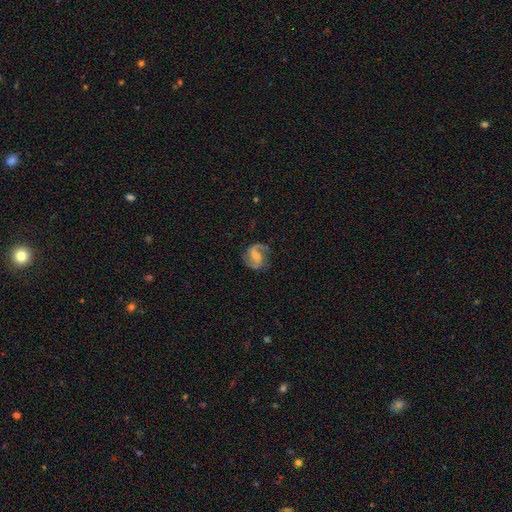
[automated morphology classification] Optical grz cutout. It shows a featured or disk galaxy (85%) with a weak bar (49%), 2 (91%) medium (52%) spiral arms (97%) and a small central bulge (45%). Merging: none (77%).